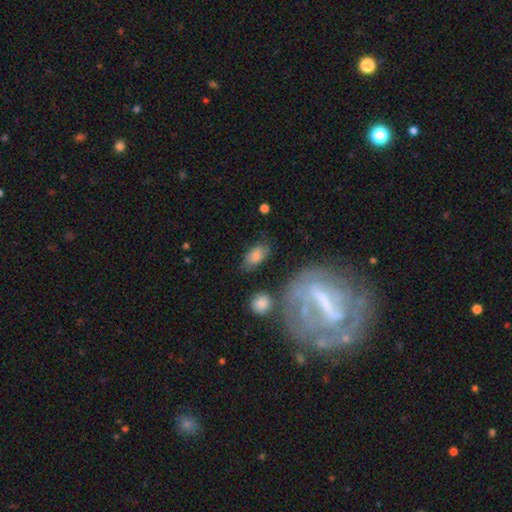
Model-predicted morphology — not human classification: Smooth or featured?
  - smooth: 78% *
  - featured or disk: 14%
  - star or artifact: 8%
How rounded?
  - in between: 91% *
  - round: 5%
  - cigar-shaped: 4%
Merging?
  - none: 67% *
  - minor disturbance: 20%
  - major disturbance: 8%
  - merger: 6%